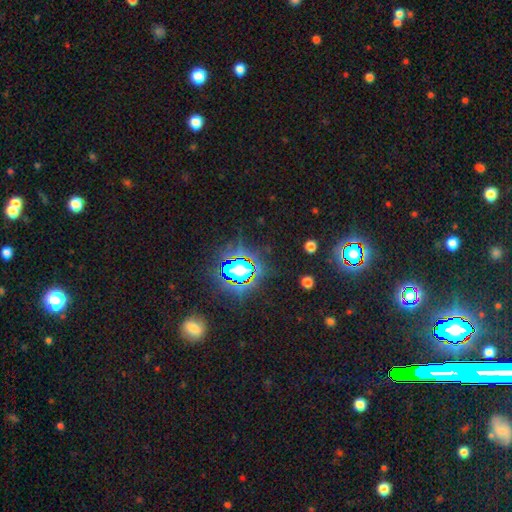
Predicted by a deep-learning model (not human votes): The model was most divided on "smooth or featured": star or artifact: 81%, smooth: 11%, featured or disk: 7%.